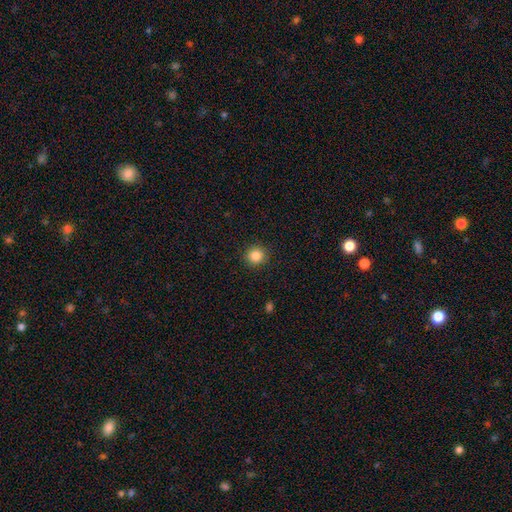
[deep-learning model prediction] smooth_or_featured: smooth (p=0.86) [alt: star or artifact p=0.10]
how_rounded: round (p=0.93) [alt: in between p=0.06]
merging: none (p=0.92) [alt: minor disturbance p=0.05]